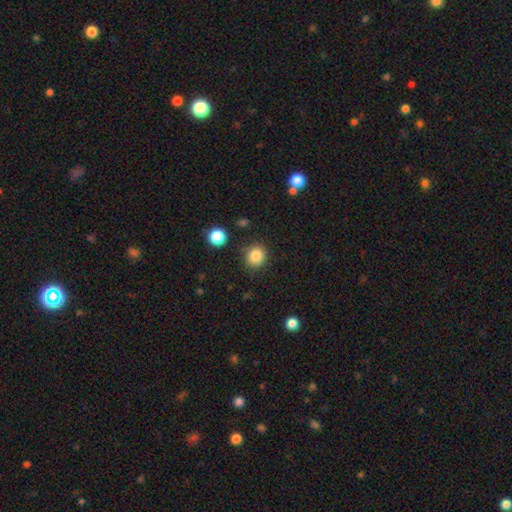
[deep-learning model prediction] Smooth or featured?
  - smooth: 85% *
  - star or artifact: 10%
  - featured or disk: 5%
How rounded?
  - round: 81% *
  - in between: 18%
  - cigar-shaped: 1%
Merging?
  - none: 85% *
  - minor disturbance: 9%
  - major disturbance: 3%
  - merger: 3%